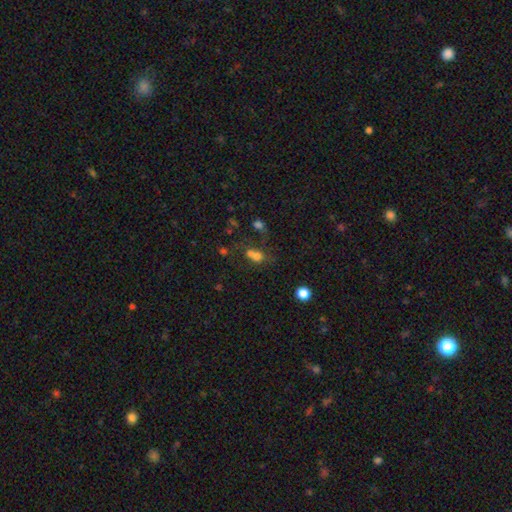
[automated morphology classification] A smooth galaxy with no disk features (65%) that is round (68%). Merging: merger (53%).